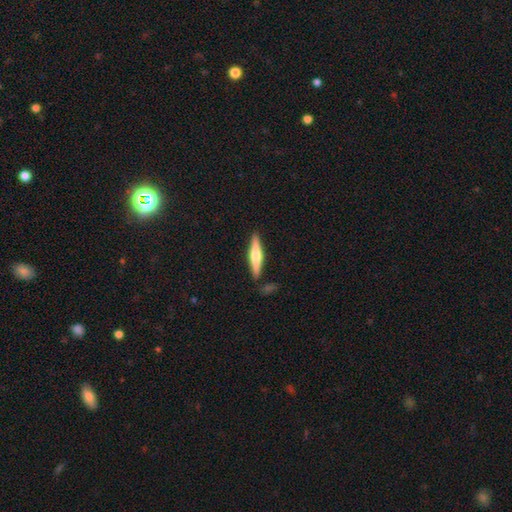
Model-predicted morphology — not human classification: smooth-or-featured: featured or disk: 55% | smooth: 39% | star or artifact: 6%
  disk-edge-on: yes: 97% | no: 3%
    edge-on-bulge: rounded: 85% | boxy: 9% | none: 6%
  merging: none: 86% | minor disturbance: 9% | merger: 3% | major disturbance: 2%